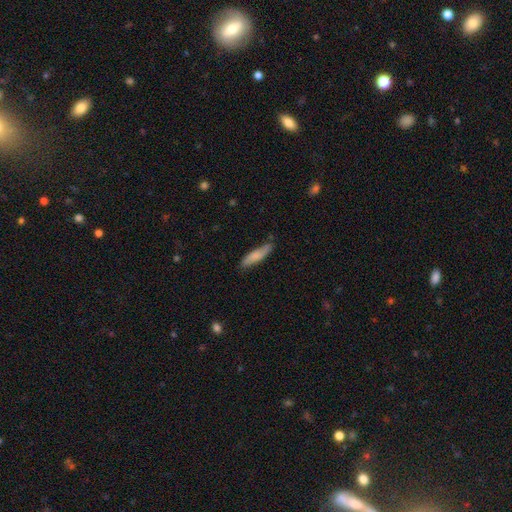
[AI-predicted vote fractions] Overall: smooth (76%). How rounded: cigar-shaped (70%). Merging: none (74%).